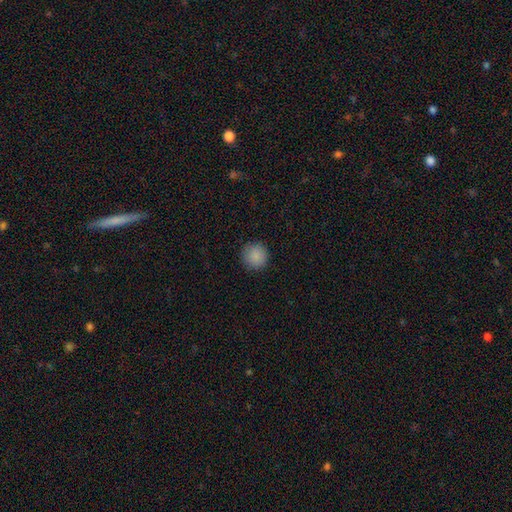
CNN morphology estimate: This is clearly a smooth galaxy (88%). How rounded: clearly round (95%). Merging: clearly none (91%).